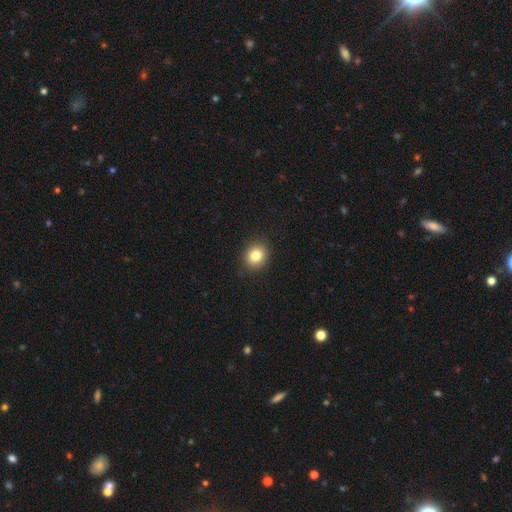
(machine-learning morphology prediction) type=smooth (82%); roundness=round (70%); merging=none (89%).